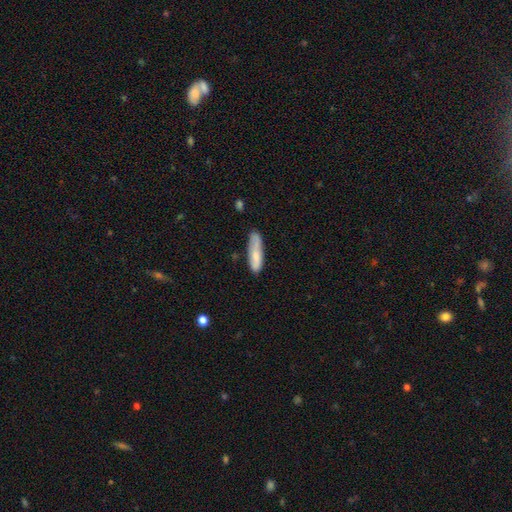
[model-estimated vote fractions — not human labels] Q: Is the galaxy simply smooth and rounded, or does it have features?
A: smooth — 71%.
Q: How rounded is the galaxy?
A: cigar-shaped — 61%.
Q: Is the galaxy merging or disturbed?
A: none — 67%.